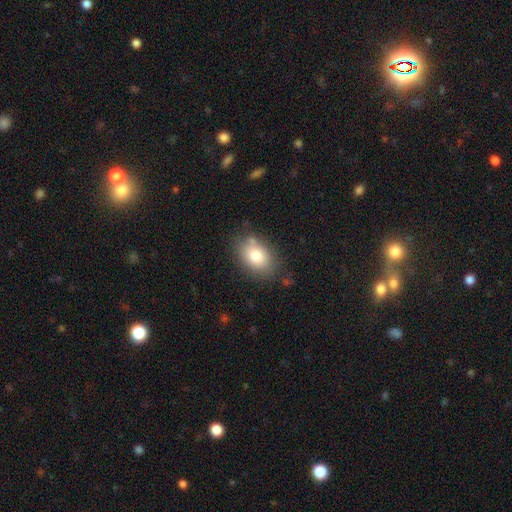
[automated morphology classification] smooth_or_featured: smooth (p=0.79) [alt: featured or disk p=0.12]
how_rounded: in between (p=0.76) [alt: round p=0.23]
merging: none (p=0.75) [alt: minor disturbance p=0.16]